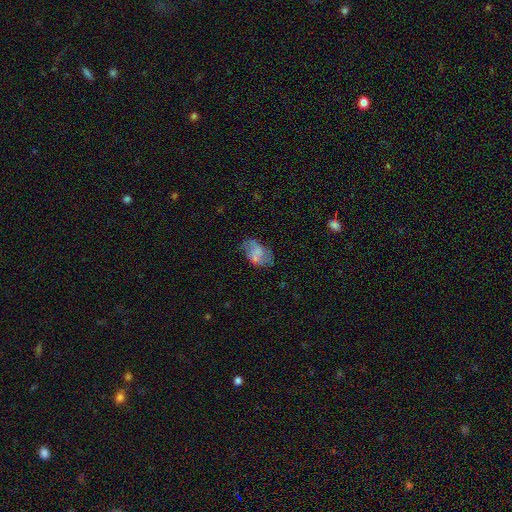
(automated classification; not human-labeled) This is possibly a smooth galaxy (54%). How rounded: clearly in between (89%). Merging: possibly none (54%).